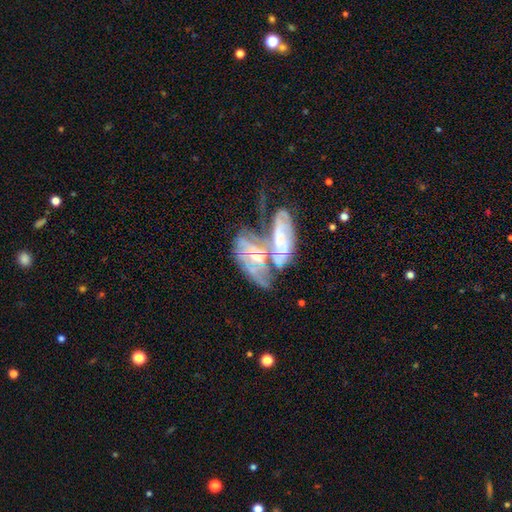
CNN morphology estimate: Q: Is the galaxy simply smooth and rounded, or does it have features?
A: featured or disk — 68%.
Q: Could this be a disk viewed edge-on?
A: no — 89%.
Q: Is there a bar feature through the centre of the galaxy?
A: no — 68%.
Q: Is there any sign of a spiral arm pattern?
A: yes — 69%.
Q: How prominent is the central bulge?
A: small — 53%.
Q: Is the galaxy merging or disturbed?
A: merger — 60%.